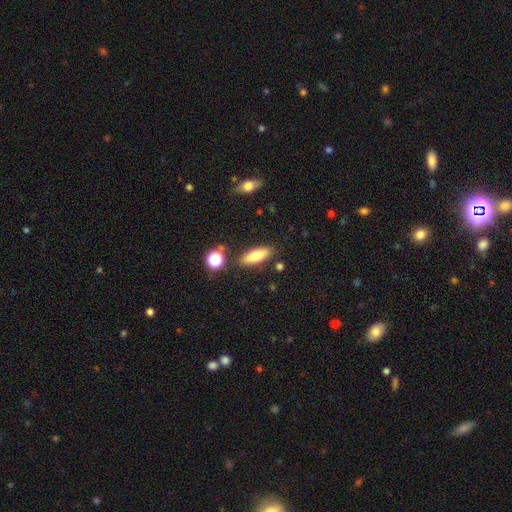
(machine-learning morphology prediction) Q: Smooth or featured?
A: smooth (75%); runner-up: featured or disk (16%)
Q: How rounded?
A: in between (62%); runner-up: cigar-shaped (35%)
Q: Merging?
A: none (82%); runner-up: minor disturbance (11%)